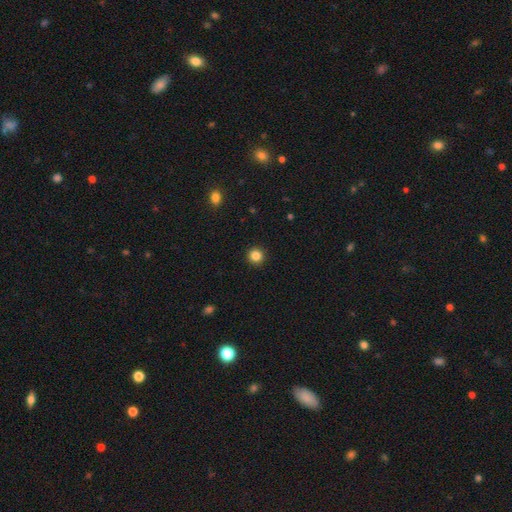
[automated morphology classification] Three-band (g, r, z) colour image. It shows a smooth galaxy with no disk features (84%) that is round (94%). Merging: none (93%).